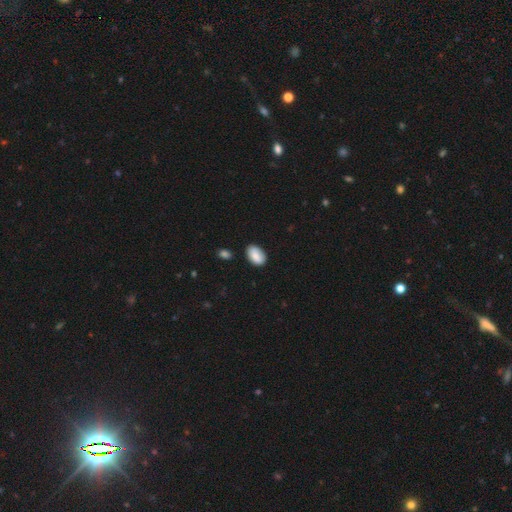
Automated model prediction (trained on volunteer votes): This is clearly a smooth galaxy (85%). How rounded: clearly in between (90%). Merging: likely none (77%).